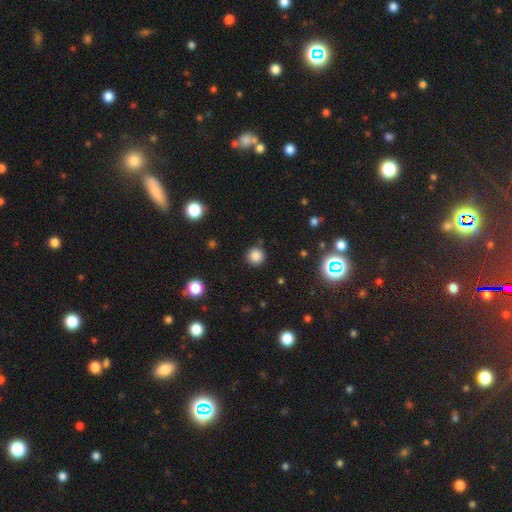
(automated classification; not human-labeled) Smooth or featured? Predicted: smooth (p=0.82). How rounded? Predicted: round (p=0.94). Merging? Predicted: none (p=0.88).